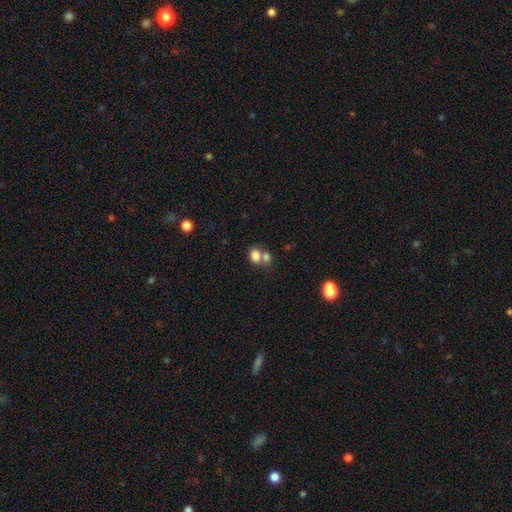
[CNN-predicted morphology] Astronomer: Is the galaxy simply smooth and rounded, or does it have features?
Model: smooth — 80%.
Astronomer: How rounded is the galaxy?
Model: in between — 63%.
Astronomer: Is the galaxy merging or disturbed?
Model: merger — 52% (runner-up: none, 35%).